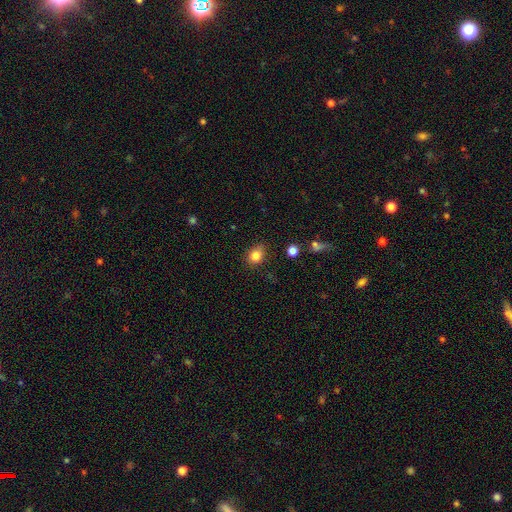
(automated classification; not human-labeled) This appears to be a smooth galaxy with no disk features (83%) that is round (51%). Merging: none (77%).